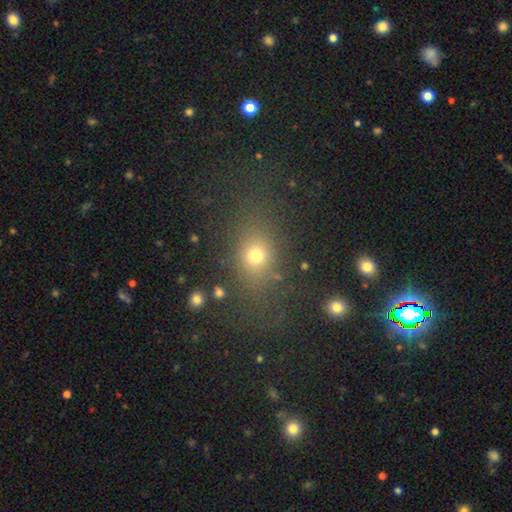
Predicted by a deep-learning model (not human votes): smooth 68%, star or artifact 21%, featured or disk 11%. Down the decision tree: how rounded — in between (51%); merging — none (71%).